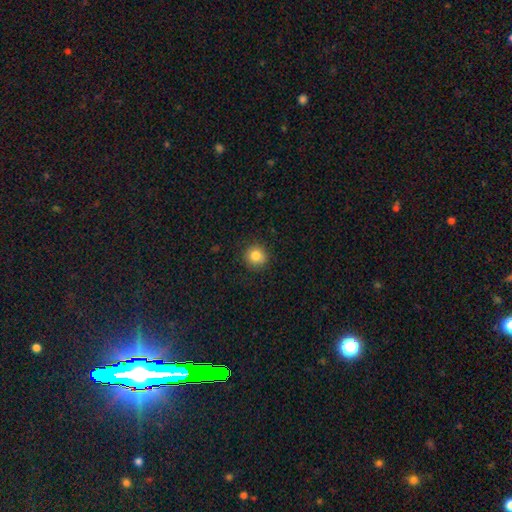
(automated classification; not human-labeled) Smooth or featured?
  - smooth: 84% *
  - star or artifact: 10%
  - featured or disk: 6%
How rounded?
  - round: 92% *
  - in between: 7%
  - cigar-shaped: 1%
Merging?
  - none: 89% *
  - minor disturbance: 8%
  - major disturbance: 2%
  - merger: 1%